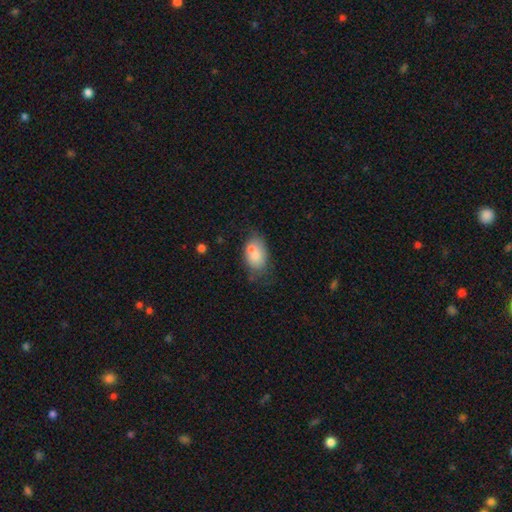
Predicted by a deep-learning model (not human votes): Smooth or featured? smooth (73%)
How rounded? in between (84%)
Merging? none (45%)